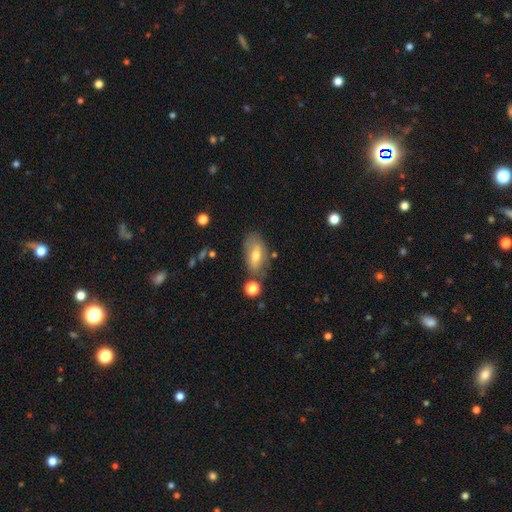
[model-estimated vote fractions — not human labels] Smooth or featured? smooth (61%)
How rounded? in between (87%)
Merging? none (68%)